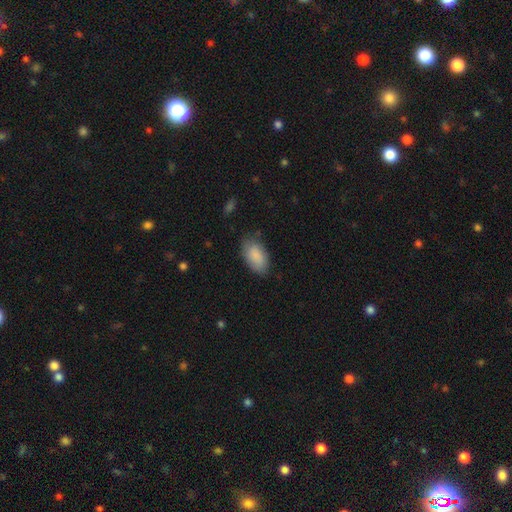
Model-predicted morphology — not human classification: Smooth or featured? smooth (87%)
How rounded? in between (94%)
Merging? none (77%)